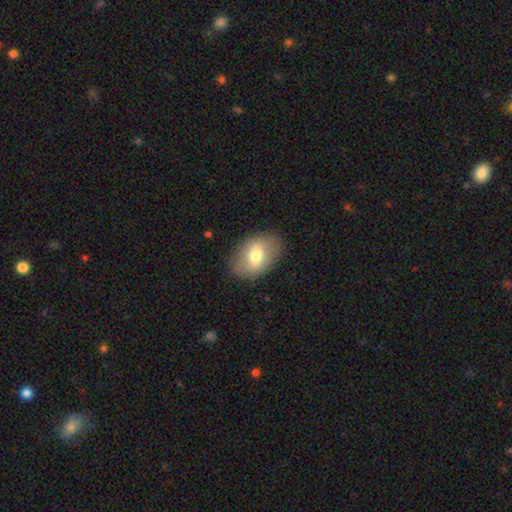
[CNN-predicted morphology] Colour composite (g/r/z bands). It shows a smooth galaxy with no disk features (67%) that is in between round and cigar-shaped (83%). Merging: none (84%).